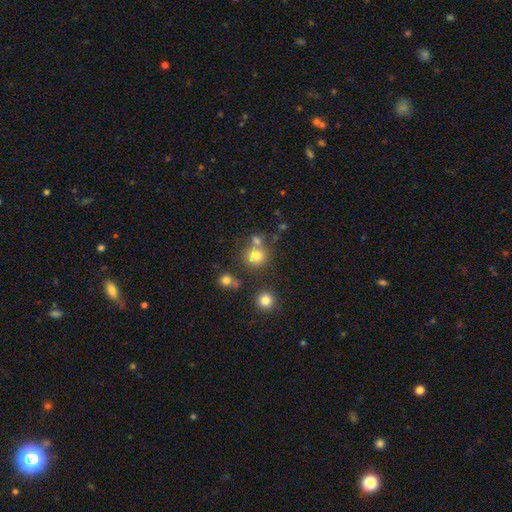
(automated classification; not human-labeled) smooth_or_featured: smooth (p=0.76) [alt: star or artifact p=0.15]
how_rounded: round (p=0.87) [alt: in between p=0.12]
merging: none (p=0.64) [alt: merger p=0.22]